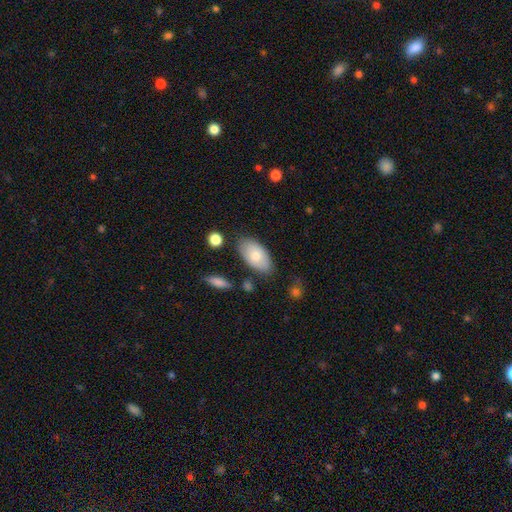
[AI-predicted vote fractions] This is likely a smooth galaxy (73%). How rounded: clearly in between (94%). Merging: likely none (76%).